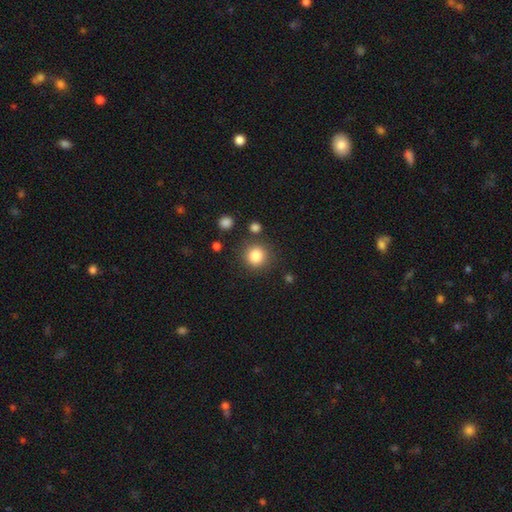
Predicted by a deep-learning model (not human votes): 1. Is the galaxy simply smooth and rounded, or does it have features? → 85% smooth, 10% star or artifact, 5% featured or disk.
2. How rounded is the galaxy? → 92% round, 7% in between, 1% cigar-shaped.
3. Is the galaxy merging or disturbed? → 85% none, 8% minor disturbance, 4% merger, 3% major disturbance.